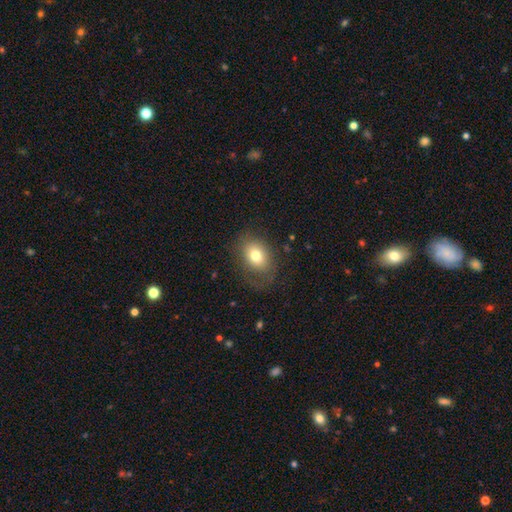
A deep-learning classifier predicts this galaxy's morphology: The model was most divided on "how rounded": in between: 72%, round: 27%, cigar-shaped: 1%. More confident: smooth or featured — smooth (75%); merging — none (69%).